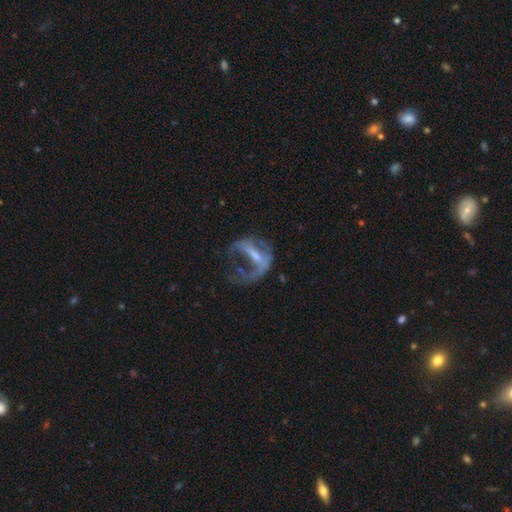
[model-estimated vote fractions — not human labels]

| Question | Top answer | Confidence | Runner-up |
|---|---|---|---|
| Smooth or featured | featured or disk | 69% | smooth (19%) |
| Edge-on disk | no | 93% | yes (7%) |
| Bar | no | 38% | weak (34%) |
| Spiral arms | no | 51% | yes (49%) |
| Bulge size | small | 43% | moderate (27%) |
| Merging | major disturbance | 58% | none (24%) |